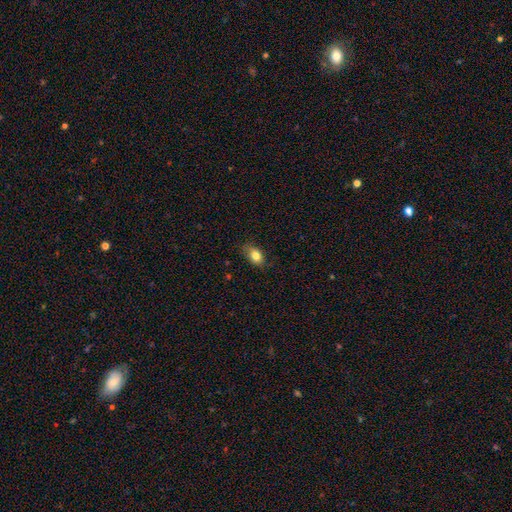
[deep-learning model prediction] Smooth or featured?
  - smooth: 81% *
  - featured or disk: 10%
  - star or artifact: 9%
How rounded?
  - in between: 81% *
  - round: 17%
  - cigar-shaped: 2%
Merging?
  - none: 77% *
  - minor disturbance: 19%
  - major disturbance: 4%
  - merger: 1%